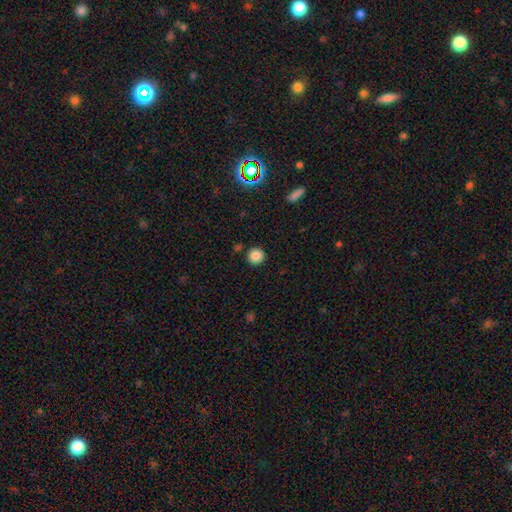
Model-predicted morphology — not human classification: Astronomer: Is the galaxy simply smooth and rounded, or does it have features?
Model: smooth — 86%.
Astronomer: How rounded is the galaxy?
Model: round — 94%.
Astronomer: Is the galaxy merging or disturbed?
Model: none — 89%.